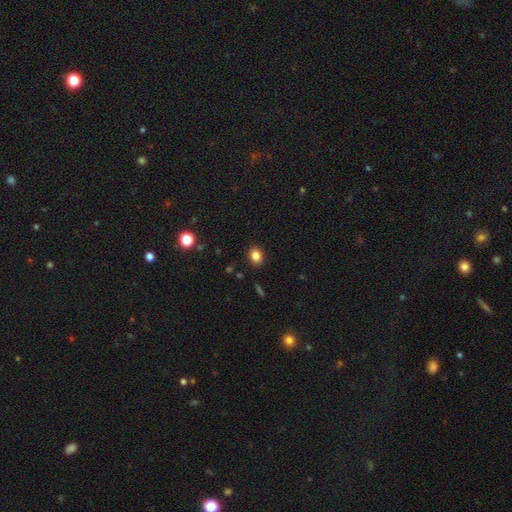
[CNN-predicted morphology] This appears to be a smooth galaxy with no disk features (84%) that is round (53%). Merging: none (90%).